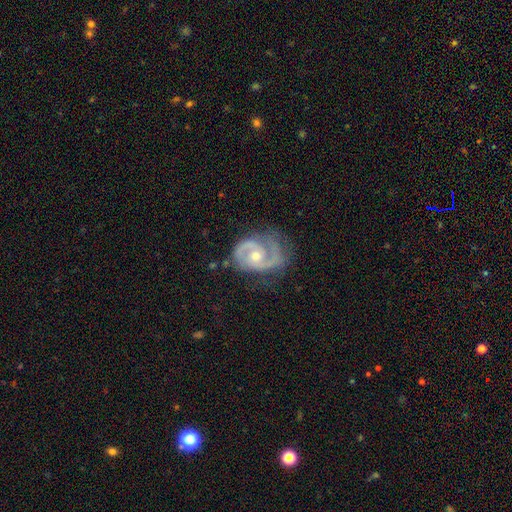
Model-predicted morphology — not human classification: smooth-or-featured: featured or disk: 89% | smooth: 6% | star or artifact: 5%
  disk-edge-on: no: 98% | yes: 2%
    bar: no: 63% | weak: 31% | strong: 7%
    has-spiral-arms: yes: 97% | no: 3%
      spiral-winding: medium: 49% | tight: 40% | loose: 11%
      spiral-arm-count: 2: 85% | 1: 6% | can't tell: 5% | 3: 3% | 4: 1% | more than 4: 1%
    bulge-size: moderate: 62% | small: 33% | large: 3% | none: 1% | dominant: 1%
  merging: none: 65% | minor disturbance: 23% | major disturbance: 10% | merger: 2%